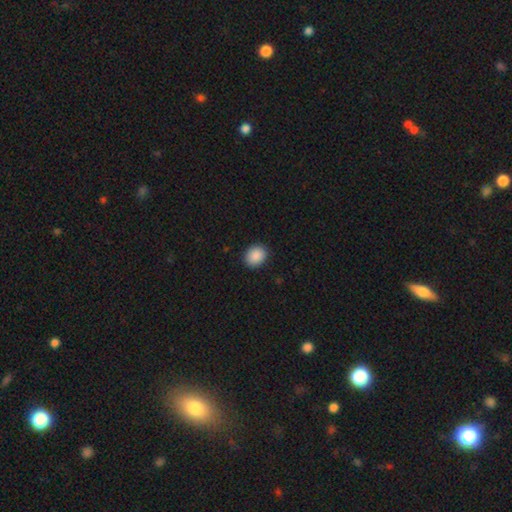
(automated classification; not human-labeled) Smooth or featured? smooth (90%)
How rounded? round (56%)
Merging? none (90%)